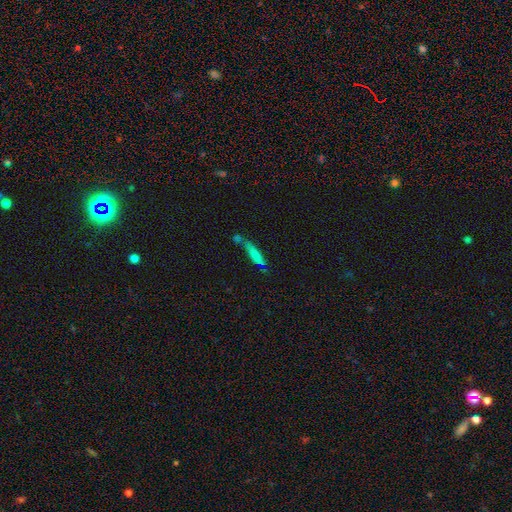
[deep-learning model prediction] smooth-or-featured: smooth: 73% | featured or disk: 18% | star or artifact: 9%
  how-rounded: cigar-shaped: 81% | in between: 17% | round: 2%
  merging: none: 44% | merger: 28% | minor disturbance: 19% | major disturbance: 8%